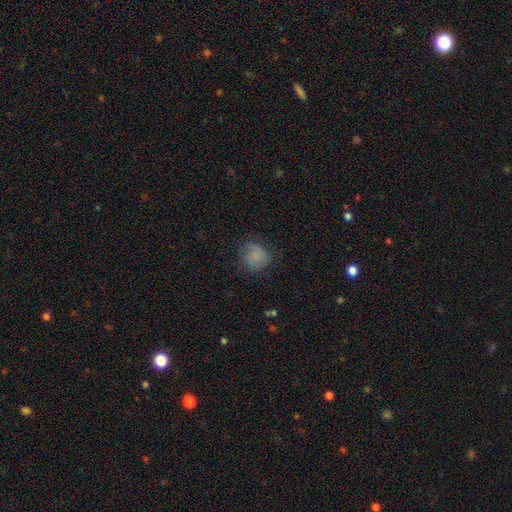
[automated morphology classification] This is likely a smooth galaxy (79%). How rounded: clearly round (81%). Merging: likely none (68%).